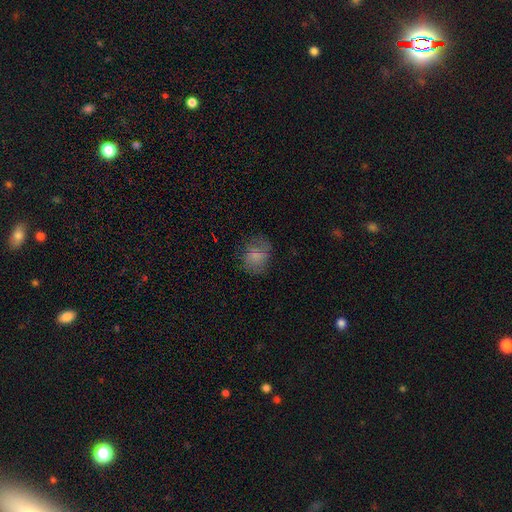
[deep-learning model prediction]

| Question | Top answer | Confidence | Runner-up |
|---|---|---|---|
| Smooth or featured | smooth | 71% | featured or disk (17%) |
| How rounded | round | 55% | in between (44%) |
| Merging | none | 66% | minor disturbance (21%) |